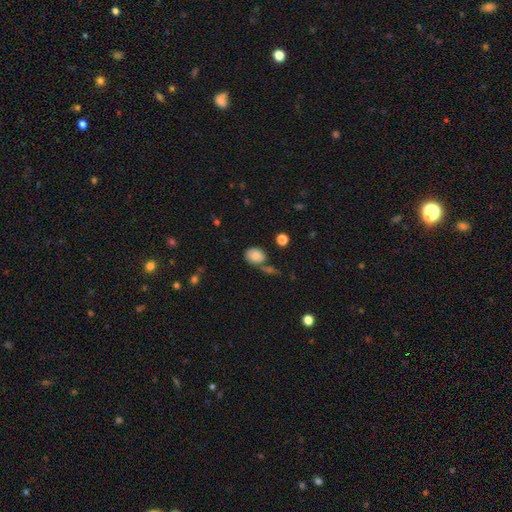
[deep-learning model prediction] smooth_or_featured: smooth (p=0.83) [alt: star or artifact p=0.09]
how_rounded: in between (p=0.59) [alt: round p=0.40]
merging: none (p=0.63) [alt: minor disturbance p=0.16]